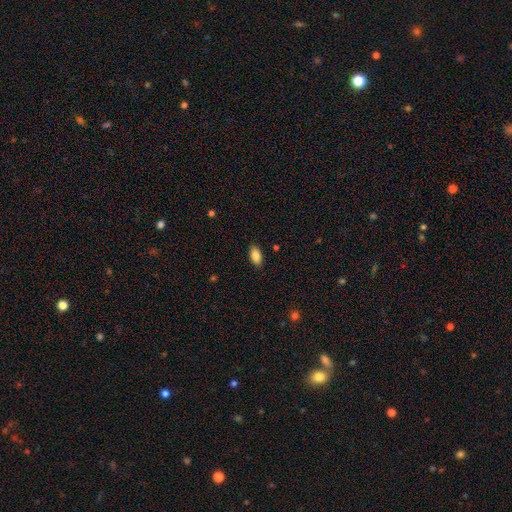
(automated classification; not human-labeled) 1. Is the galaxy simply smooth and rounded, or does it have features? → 86% smooth, 8% star or artifact, 6% featured or disk.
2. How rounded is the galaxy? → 92% in between, 4% cigar-shaped, 4% round.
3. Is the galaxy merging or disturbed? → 87% none, 9% minor disturbance, 2% major disturbance, 1% merger.